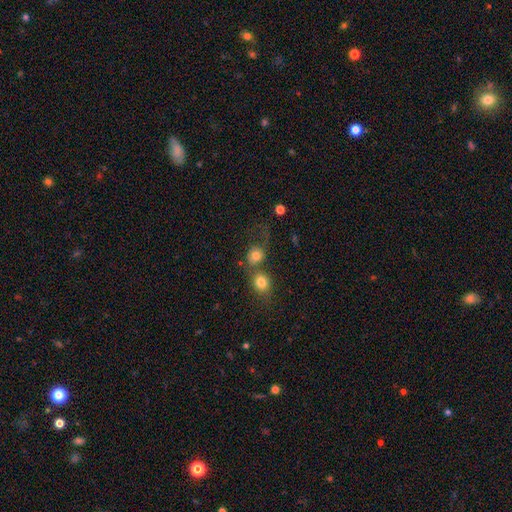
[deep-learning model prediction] This is likely a smooth galaxy (77%). How rounded: likely round (80%). Merging: marginally merger (44%).